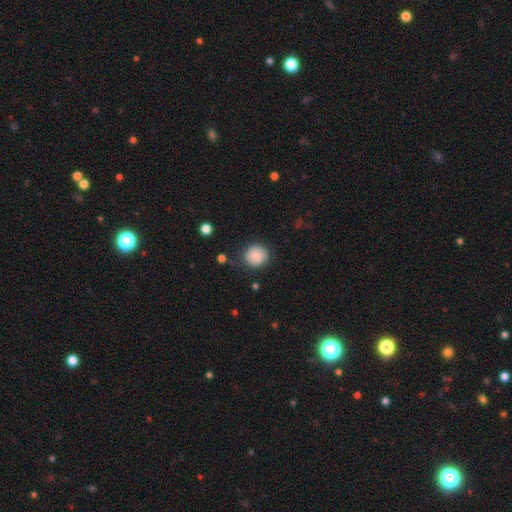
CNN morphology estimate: Smooth or featured? smooth (86%)
How rounded? round (89%)
Merging? none (77%)